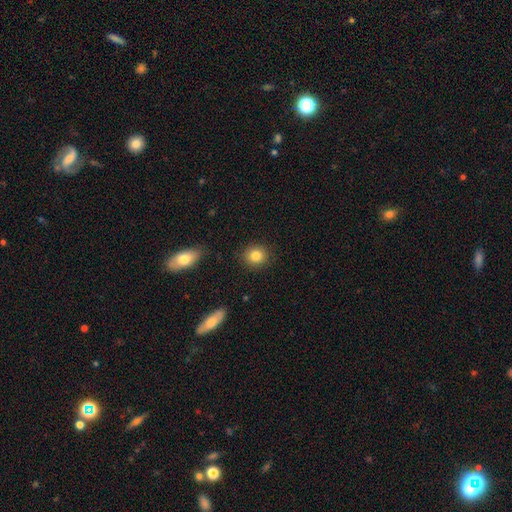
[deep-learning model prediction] Overall: smooth (83%). How rounded: round (85%). Merging: none (89%).